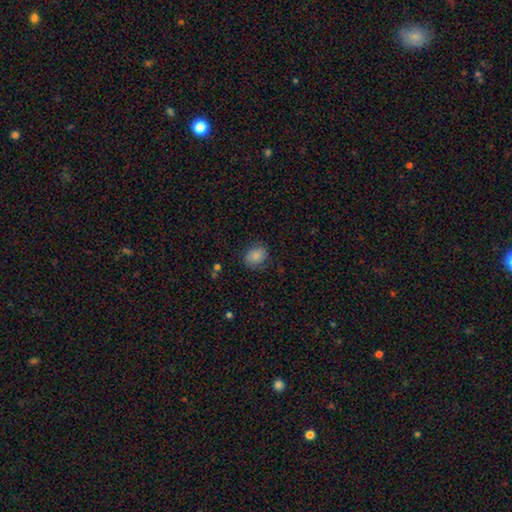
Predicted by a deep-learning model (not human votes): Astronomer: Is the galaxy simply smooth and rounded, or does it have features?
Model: smooth — 83%.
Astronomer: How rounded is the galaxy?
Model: round — 54% (runner-up: in between, 45%).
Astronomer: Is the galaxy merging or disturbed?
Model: none — 80%.